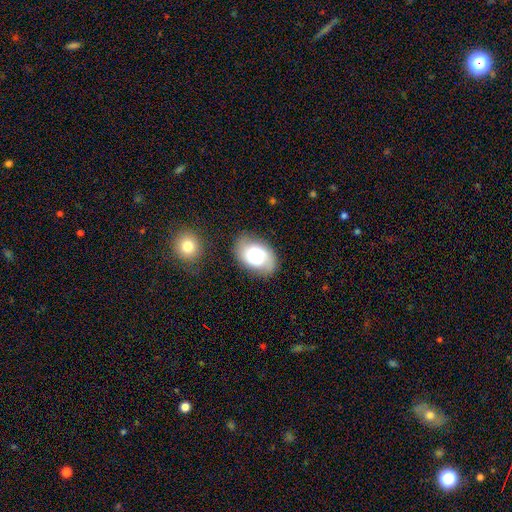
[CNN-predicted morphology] Q: Smooth or featured?
A: featured or disk (51%); runner-up: smooth (41%)
Q: Edge-on disk?
A: no (96%); runner-up: yes (4%)
Q: Merging?
A: none (72%); runner-up: minor disturbance (18%)